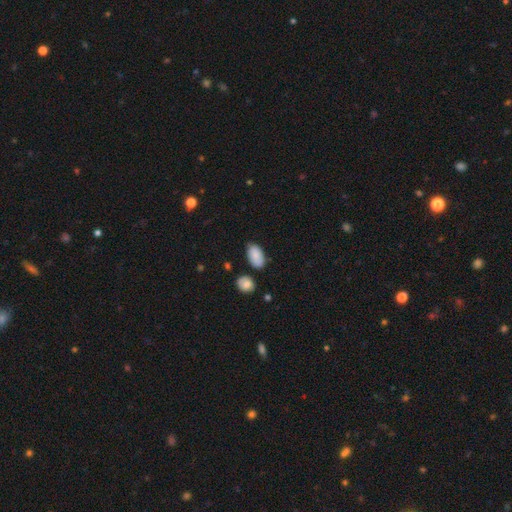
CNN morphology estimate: This appears to be a smooth galaxy with no disk features (85%) that is in between round and cigar-shaped (94%). Merging: none (72%).